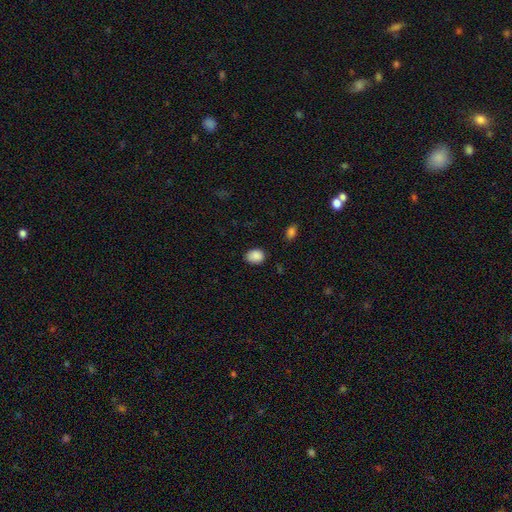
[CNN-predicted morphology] A smooth galaxy with no disk features (88%) that is in between round and cigar-shaped (63%). Merging: none (78%).